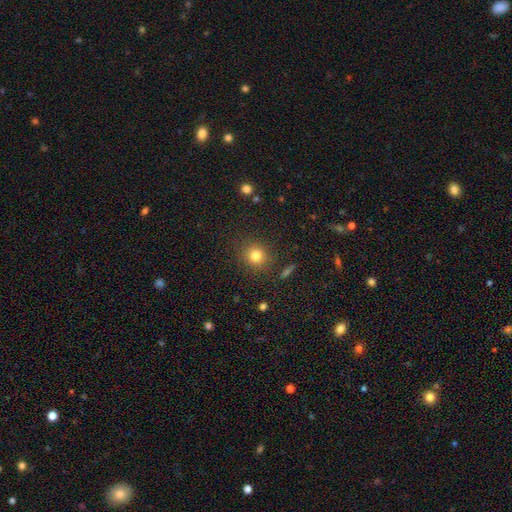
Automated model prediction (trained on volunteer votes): Smooth or featured?
  - smooth: 81% *
  - star or artifact: 13%
  - featured or disk: 6%
How rounded?
  - round: 88% *
  - in between: 11%
  - cigar-shaped: 1%
Merging?
  - none: 86% *
  - minor disturbance: 8%
  - major disturbance: 3%
  - merger: 2%